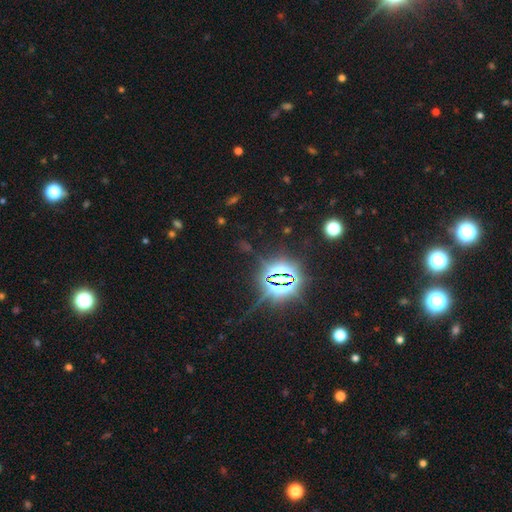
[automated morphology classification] smooth_or_featured: star or artifact (p=0.83) [alt: smooth p=0.10]